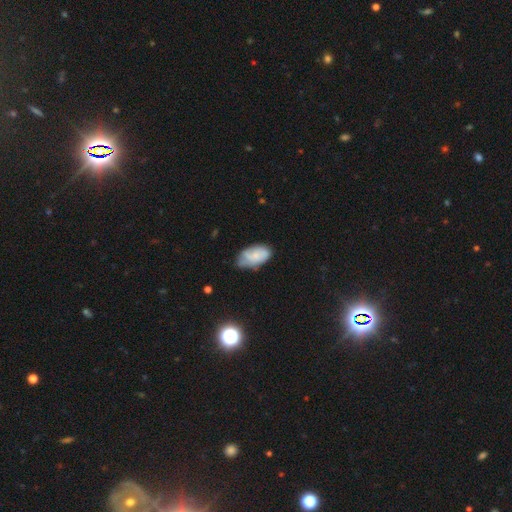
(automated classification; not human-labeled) This appears to be a smooth galaxy with no disk features (61%) that is in between round and cigar-shaped (93%). Merging: none (50%).